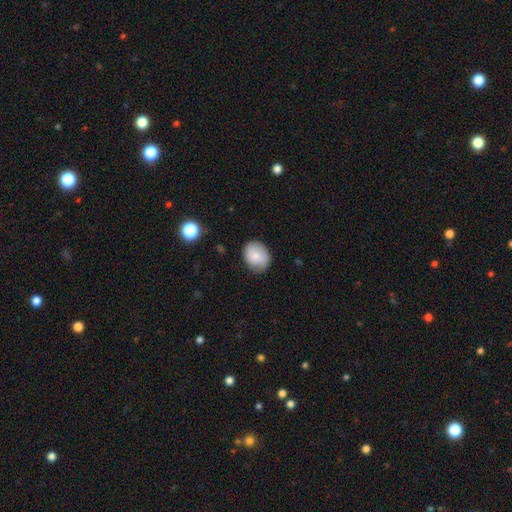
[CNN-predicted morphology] Smooth or featured? Predicted: smooth (p=0.79). How rounded? Predicted: round (p=0.57). Merging? Predicted: none (p=0.76).